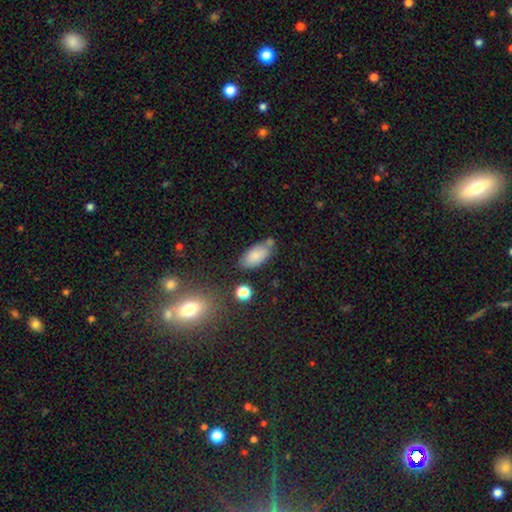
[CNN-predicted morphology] Smooth or featured?
  - smooth: 81% *
  - featured or disk: 11%
  - star or artifact: 8%
How rounded?
  - in between: 90% *
  - cigar-shaped: 7%
  - round: 3%
Merging?
  - none: 65% *
  - minor disturbance: 20%
  - merger: 10%
  - major disturbance: 5%